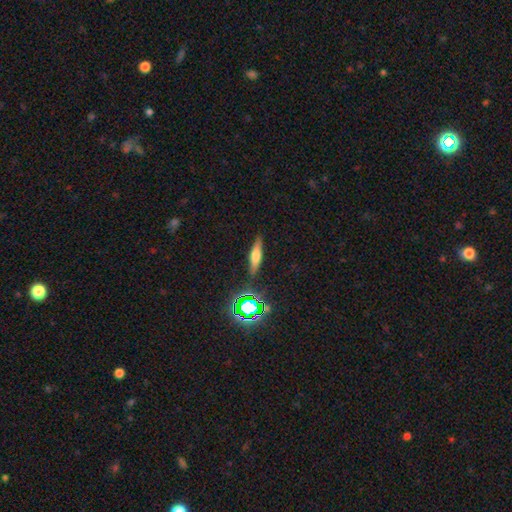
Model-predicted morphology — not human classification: A smooth galaxy with no disk features (51%) that is cigar-shaped (70%). Merging: none (85%).